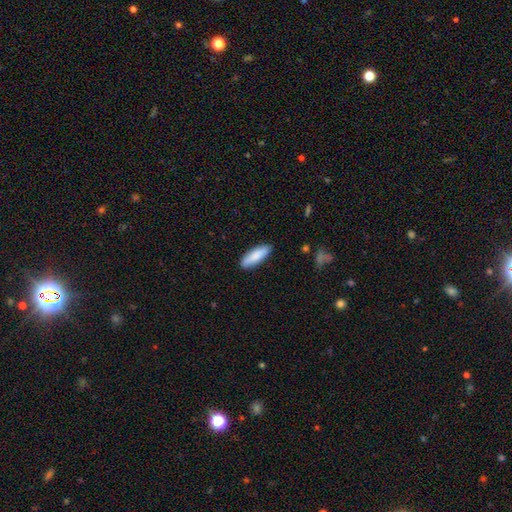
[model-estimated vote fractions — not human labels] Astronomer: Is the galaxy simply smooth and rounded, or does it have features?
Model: smooth — 85%.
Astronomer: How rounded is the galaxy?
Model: cigar-shaped — 51% (runner-up: in between, 48%).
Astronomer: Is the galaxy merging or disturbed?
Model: none — 87%.